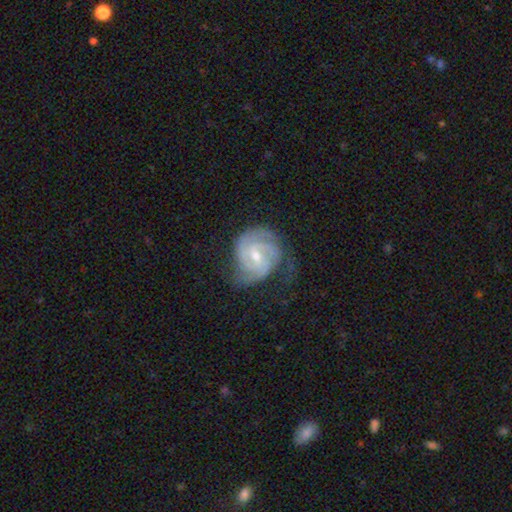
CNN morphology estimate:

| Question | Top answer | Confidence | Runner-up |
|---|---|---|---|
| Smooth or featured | featured or disk | 89% | smooth (6%) |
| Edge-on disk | no | 98% | yes (2%) |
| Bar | weak | 52% | no (33%) |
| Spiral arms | yes | 98% | no (2%) |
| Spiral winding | tight | 60% | medium (34%) |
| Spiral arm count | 3 | 43% | 2 (29%) |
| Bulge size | small | 50% | moderate (47%) |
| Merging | none | 63% | minor disturbance (24%) |